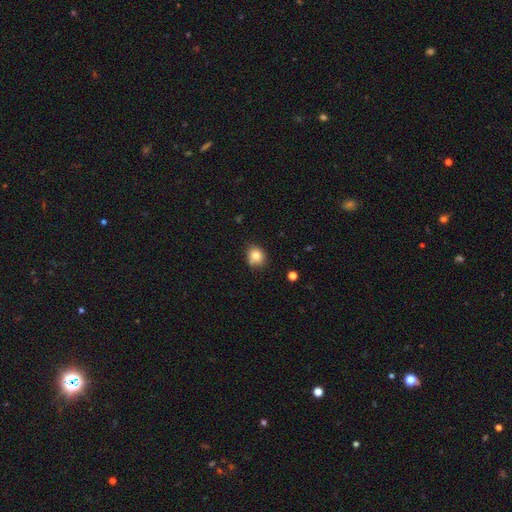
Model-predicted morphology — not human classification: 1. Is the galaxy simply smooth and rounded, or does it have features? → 82% smooth, 11% star or artifact, 7% featured or disk.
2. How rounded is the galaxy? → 76% round, 23% in between, 1% cigar-shaped.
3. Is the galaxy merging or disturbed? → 73% none, 18% minor disturbance, 6% merger, 3% major disturbance.